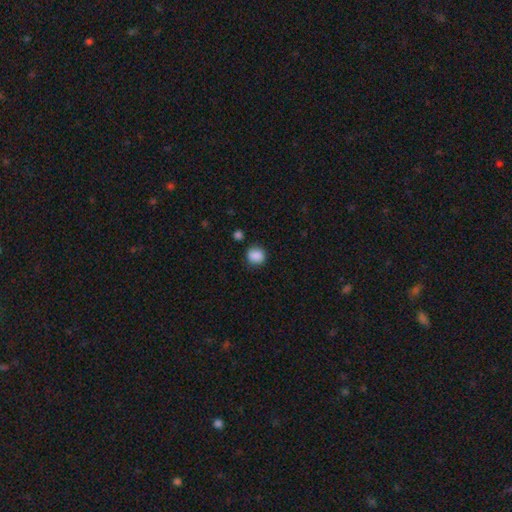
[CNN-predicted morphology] This appears to be a smooth galaxy with no disk features (87%) that is round (78%). Merging: none (81%).